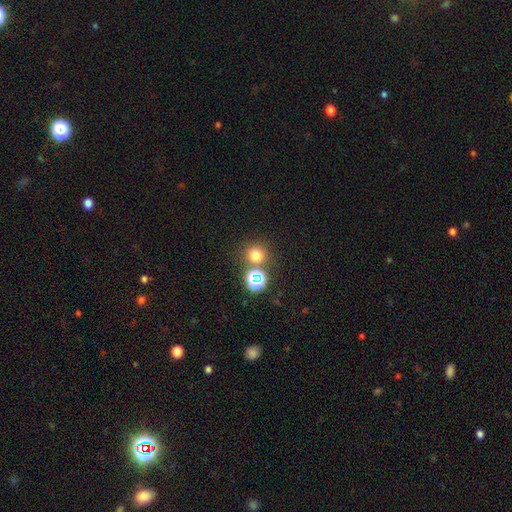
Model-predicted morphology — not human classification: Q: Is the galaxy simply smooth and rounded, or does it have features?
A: smooth — 70%.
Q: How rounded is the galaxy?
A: round — 90%.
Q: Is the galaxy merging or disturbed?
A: none — 73%.